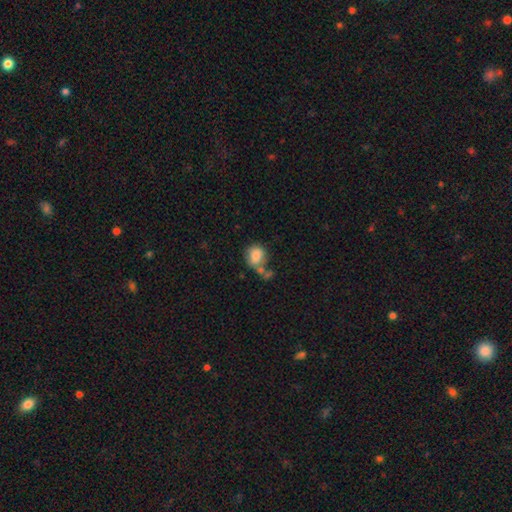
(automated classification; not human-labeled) Smooth or featured? smooth (81%)
How rounded? round (64%)
Merging? none (39%)